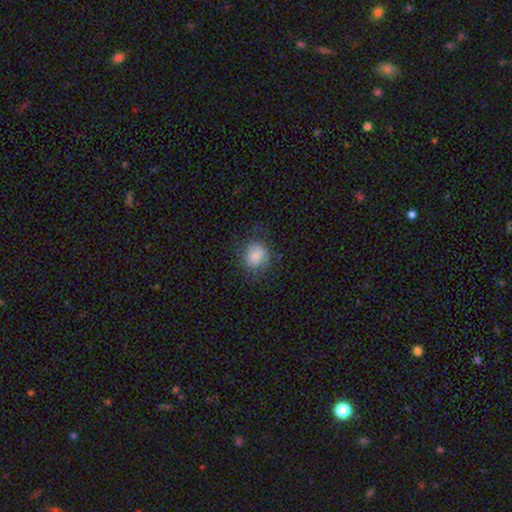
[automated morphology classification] Smooth or featured? Predicted: smooth (p=0.82). How rounded? Predicted: round (p=0.74). Merging? Predicted: none (p=0.70).